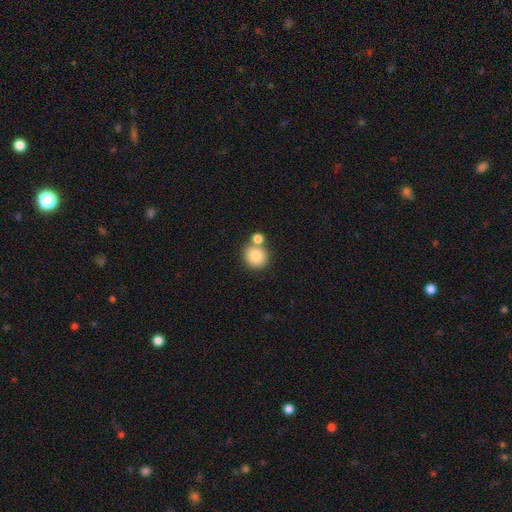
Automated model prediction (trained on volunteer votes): Q: Smooth or featured?
A: smooth (83%); runner-up: star or artifact (9%)
Q: How rounded?
A: round (86%); runner-up: in between (13%)
Q: Merging?
A: none (59%); runner-up: merger (29%)